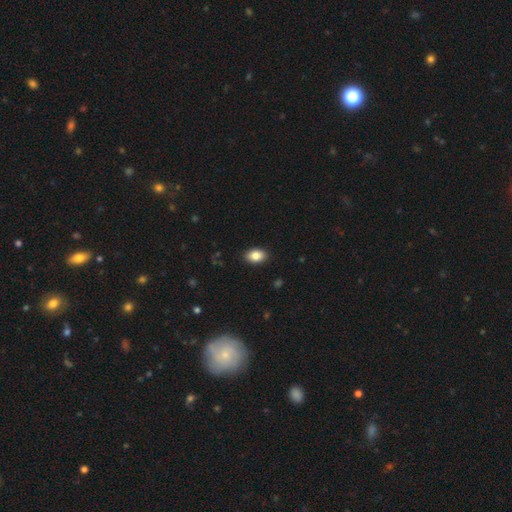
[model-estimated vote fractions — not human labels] A smooth galaxy with no disk features (85%) that is in between round and cigar-shaped (86%).

Vote fractions:
- Smooth or featured? smooth: 85% / star or artifact: 8% / featured or disk: 7%
- How rounded? in between: 86% / round: 13% / cigar-shaped: 1%
- Merging? none: 90% / minor disturbance: 8% / major disturbance: 2% / merger: 1%